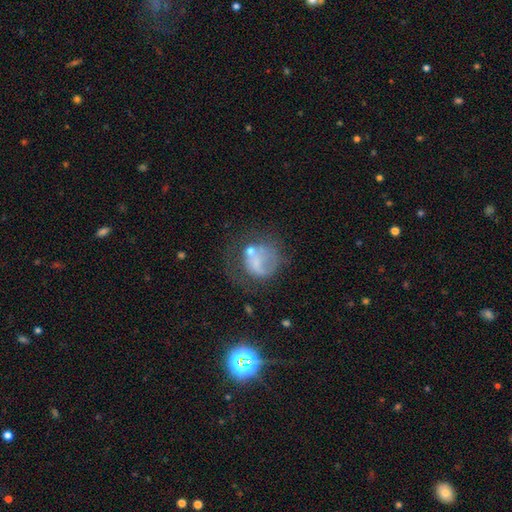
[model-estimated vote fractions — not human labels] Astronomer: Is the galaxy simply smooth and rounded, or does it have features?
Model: featured or disk — 44% (runner-up: smooth, 41%).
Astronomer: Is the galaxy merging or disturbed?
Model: major disturbance — 37% (runner-up: none, 33%).